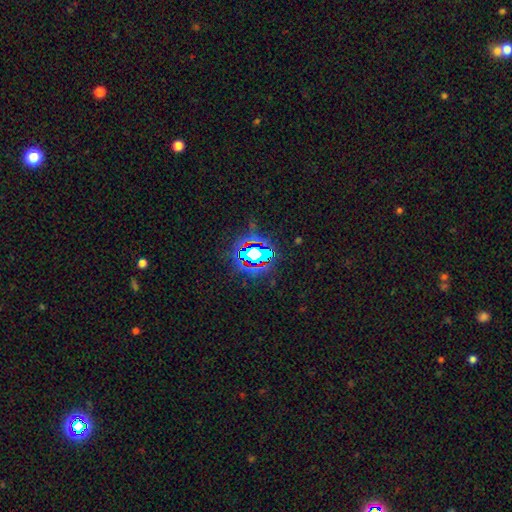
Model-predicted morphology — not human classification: Overall: star or artifact (71%).